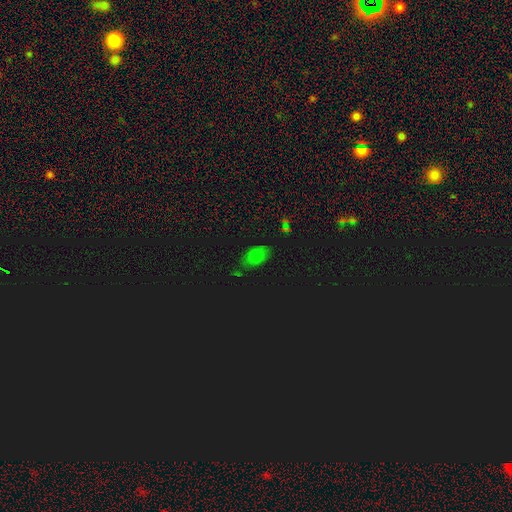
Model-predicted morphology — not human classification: type=smooth (60%); roundness=in between (88%); merging=none (70%).